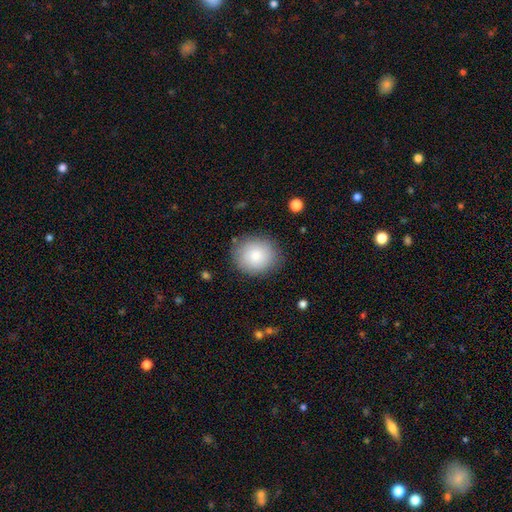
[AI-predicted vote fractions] Smooth or featured? smooth (84%)
How rounded? round (79%)
Merging? none (83%)